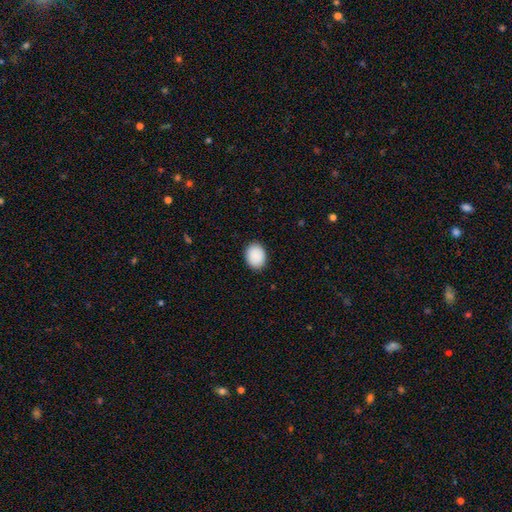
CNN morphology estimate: Smooth or featured? smooth (91%)
How rounded? in between (55%)
Merging? none (89%)